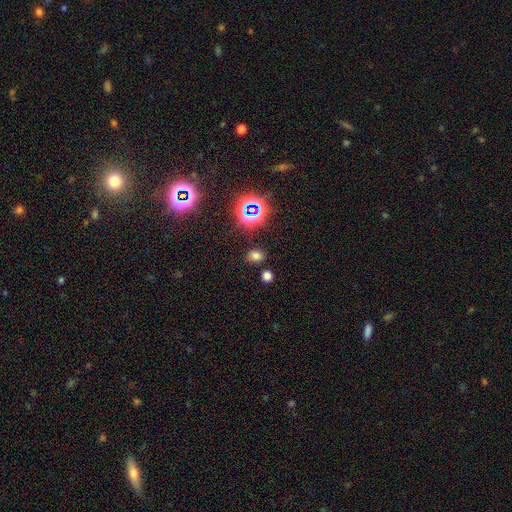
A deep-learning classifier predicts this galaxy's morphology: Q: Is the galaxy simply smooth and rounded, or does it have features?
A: smooth — 67%.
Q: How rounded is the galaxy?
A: in between — 50%.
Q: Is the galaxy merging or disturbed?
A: none — 80%.